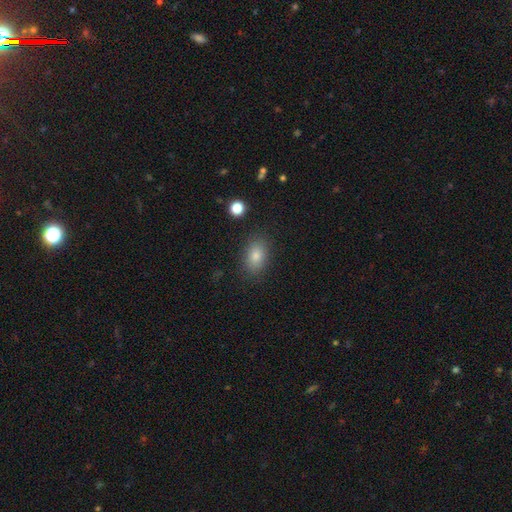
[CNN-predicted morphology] Overall: smooth (80%). How rounded: in between (83%). Merging: none (86%).